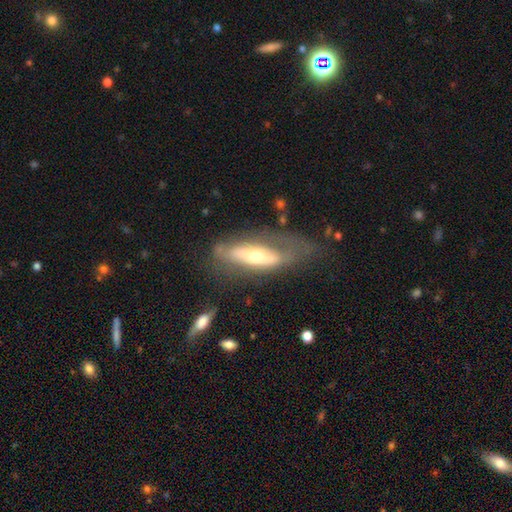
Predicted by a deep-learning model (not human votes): Overall: featured or disk (58%; smooth 36%). Edge-on disk: no (57%; yes 43%). Merging: none (41%; major disturbance 29%).